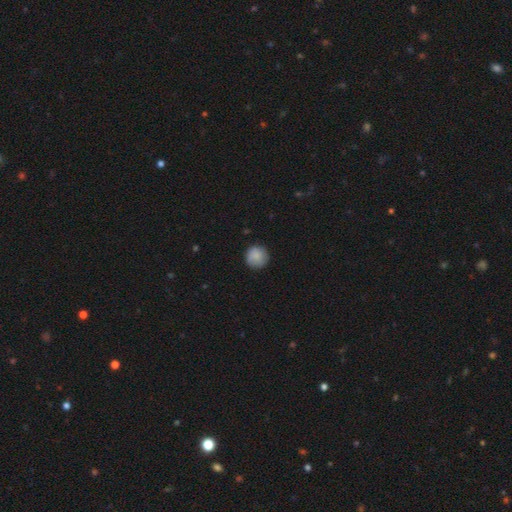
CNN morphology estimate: smooth-or-featured: smooth: 86% | star or artifact: 7% | featured or disk: 7%
  how-rounded: round: 95% | in between: 4% | cigar-shaped: 1%
  merging: none: 87% | minor disturbance: 10% | major disturbance: 2% | merger: 1%